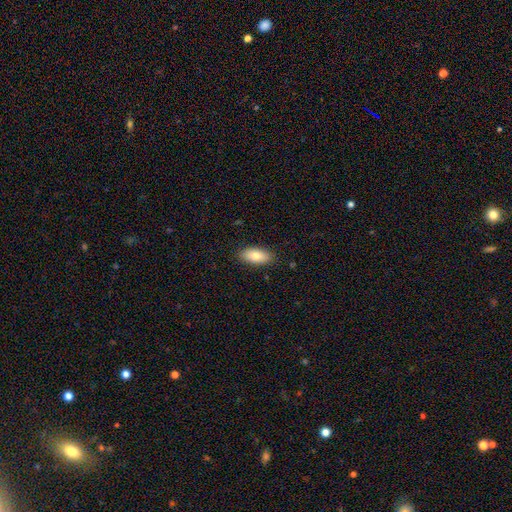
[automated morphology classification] A smooth galaxy with no disk features (79%) that is in between round and cigar-shaped (88%).

Vote fractions:
- Smooth or featured? smooth: 79% / featured or disk: 15% / star or artifact: 7%
- How rounded? in between: 88% / cigar-shaped: 9% / round: 3%
- Merging? none: 88% / minor disturbance: 9% / major disturbance: 2% / merger: 1%